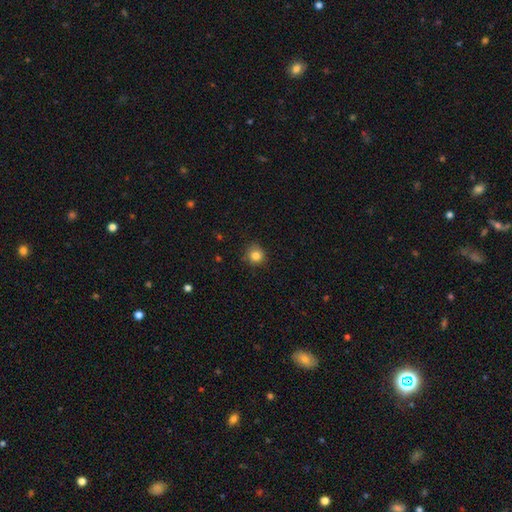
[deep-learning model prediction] Morphology: type=smooth (83%); roundness=round (88%); merging=none (78%).